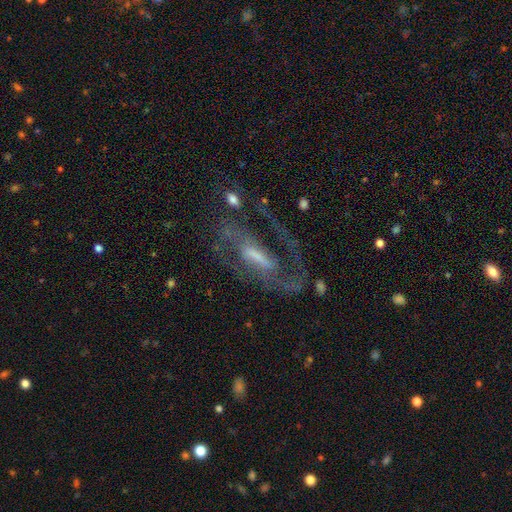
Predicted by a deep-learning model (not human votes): A featured or disk galaxy (85%) with a strong bar (43%), 2 (68%) medium (51%) spiral arms (91%) and a small central bulge (37%). Merging: none (58%).